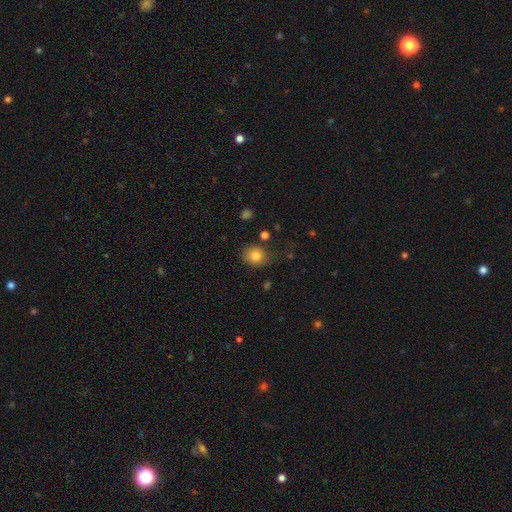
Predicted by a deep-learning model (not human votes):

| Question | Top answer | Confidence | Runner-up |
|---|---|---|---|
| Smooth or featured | smooth | 80% | star or artifact (11%) |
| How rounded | round | 73% | in between (26%) |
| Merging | none | 78% | minor disturbance (15%) |